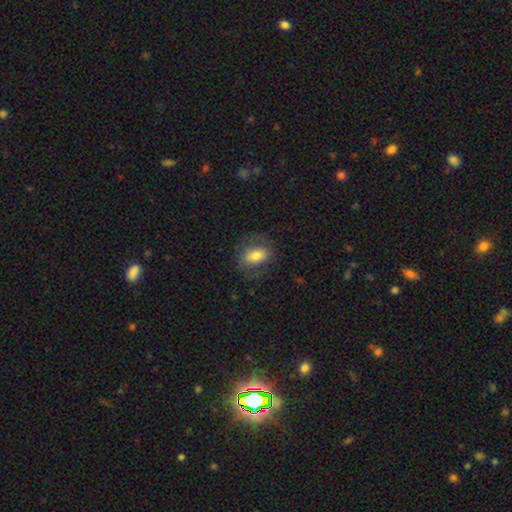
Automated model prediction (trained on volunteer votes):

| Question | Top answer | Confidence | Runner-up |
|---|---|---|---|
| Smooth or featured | smooth | 70% | featured or disk (22%) |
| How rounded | in between | 80% | round (18%) |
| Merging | none | 70% | minor disturbance (17%) |